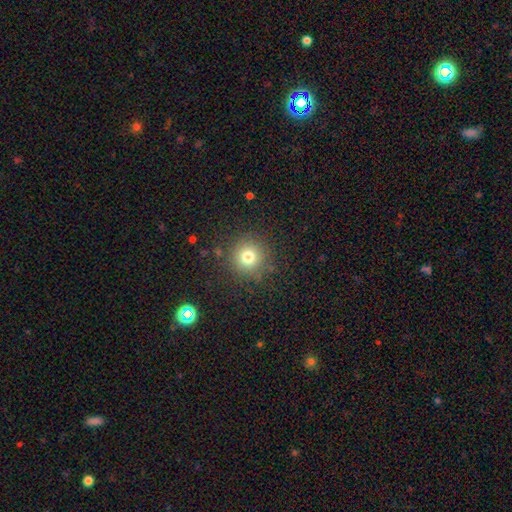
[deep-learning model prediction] Smooth or featured? Predicted: smooth (p=0.75). How rounded? Predicted: round (p=0.96). Merging? Predicted: none (p=0.90).